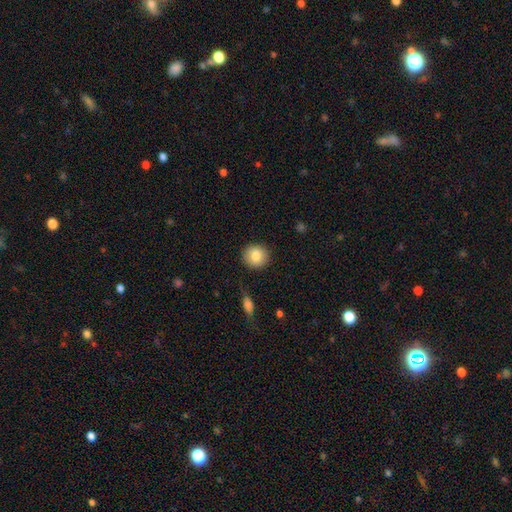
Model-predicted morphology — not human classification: Smooth or featured? Predicted: smooth (p=0.84). How rounded? Predicted: round (p=0.90). Merging? Predicted: none (p=0.89).